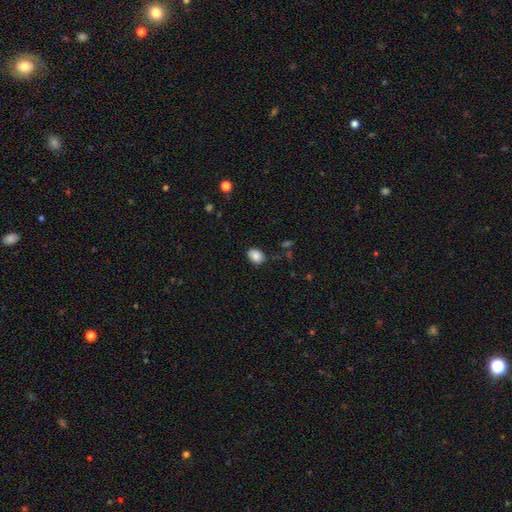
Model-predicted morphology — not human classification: smooth_or_featured: smooth (p=0.86) [alt: star or artifact p=0.08]
how_rounded: in between (p=0.72) [alt: round p=0.27]
merging: none (p=0.83) [alt: minor disturbance p=0.13]